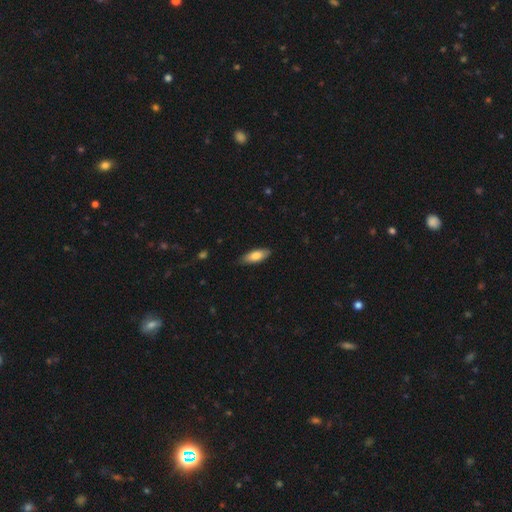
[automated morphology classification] Overall: smooth (77%). How rounded: in between (72%). Merging: none (83%).